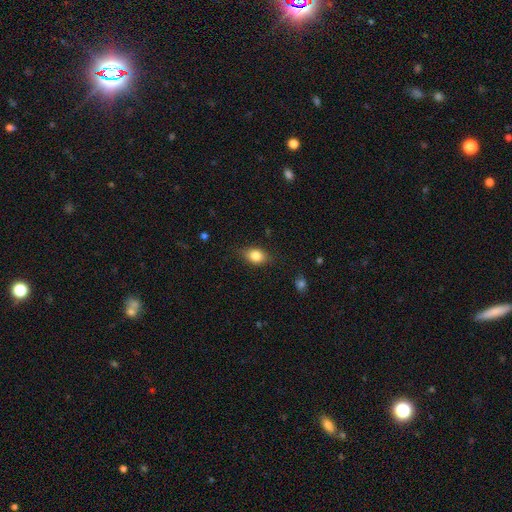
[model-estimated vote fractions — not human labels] A smooth galaxy with no disk features (81%) that is in between round and cigar-shaped (72%).

Vote fractions:
- Smooth or featured? smooth: 81% / featured or disk: 10% / star or artifact: 9%
- How rounded? in between: 72% / round: 25% / cigar-shaped: 2%
- Merging? none: 77% / minor disturbance: 18% / major disturbance: 4% / merger: 1%